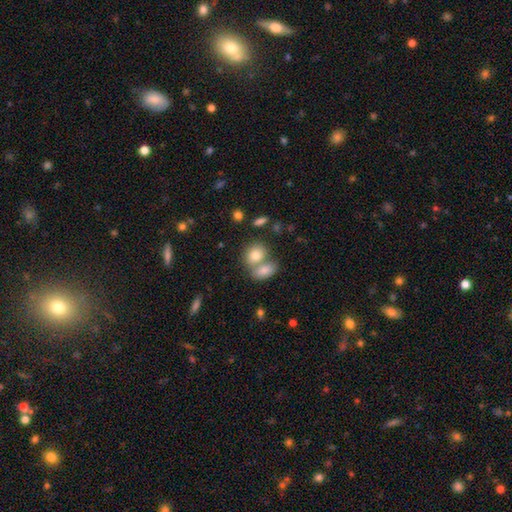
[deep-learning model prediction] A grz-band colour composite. It shows a smooth galaxy with no disk features (80%) that is in between round and cigar-shaped (54%). Merging: merger (51%).